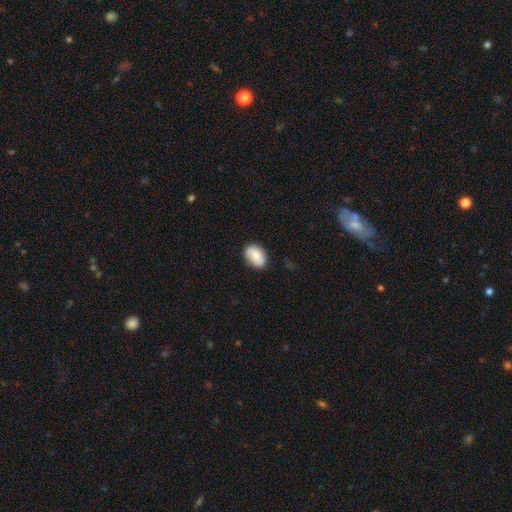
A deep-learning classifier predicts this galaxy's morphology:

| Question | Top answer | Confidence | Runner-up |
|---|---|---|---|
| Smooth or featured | smooth | 72% | featured or disk (21%) |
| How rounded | in between | 82% | round (17%) |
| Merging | none | 83% | minor disturbance (13%) |